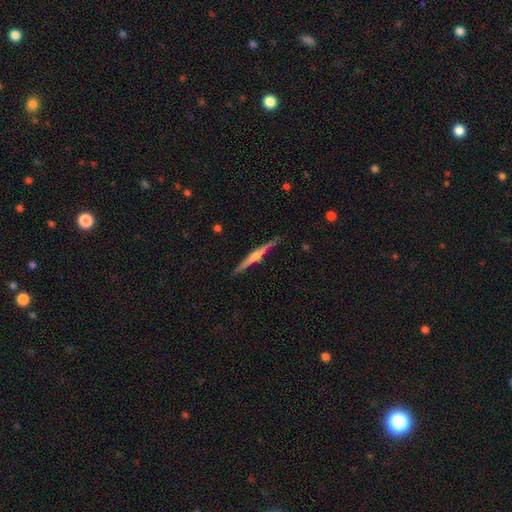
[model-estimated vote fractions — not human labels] A featured or disk galaxy (77%) viewed edge-on (98%) with a rounded central bulge (83%).

Vote fractions:
- Smooth or featured? featured or disk: 77% / smooth: 18% / star or artifact: 6%
- Edge-on disk? yes: 98% / no: 2%
- Edge-on bulge? rounded: 83% / none: 9% / boxy: 8%
- Merging? none: 87% / minor disturbance: 10% / major disturbance: 2% / merger: 1%